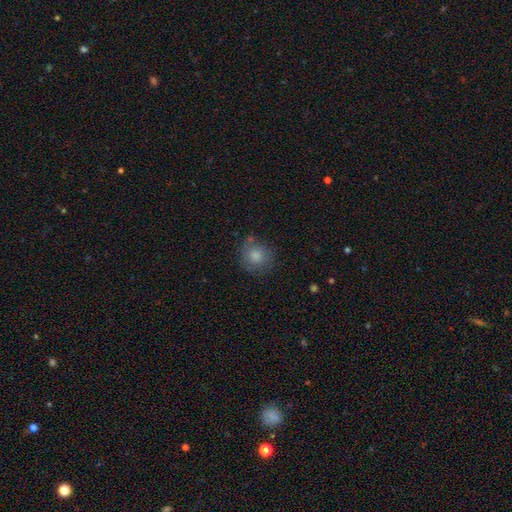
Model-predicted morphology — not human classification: Smooth or featured?
  - smooth: 82% *
  - featured or disk: 9%
  - star or artifact: 9%
How rounded?
  - round: 87% *
  - in between: 12%
  - cigar-shaped: 1%
Merging?
  - none: 70% *
  - minor disturbance: 19%
  - major disturbance: 6%
  - merger: 5%